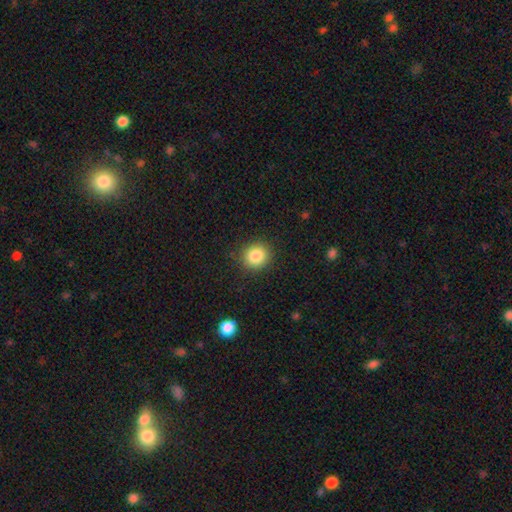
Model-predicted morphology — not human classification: Smooth or featured: smooth — 85% (star or artifact — 10%)
How rounded: round — 85% (in between — 14%)
Merging: none — 88% (minor disturbance — 8%)